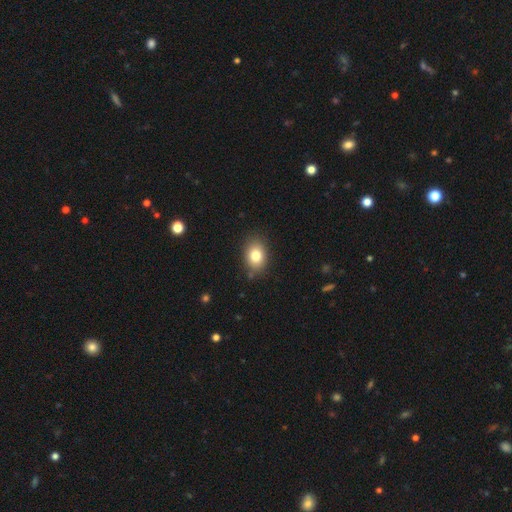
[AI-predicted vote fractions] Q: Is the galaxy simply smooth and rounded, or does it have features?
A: smooth — 81%.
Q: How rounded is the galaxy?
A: in between — 72%.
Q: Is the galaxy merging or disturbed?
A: none — 84%.